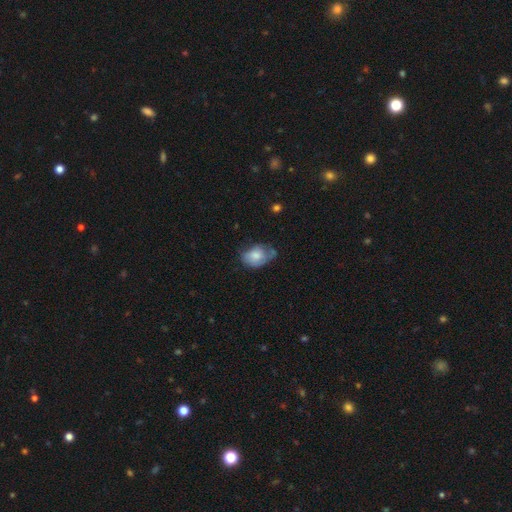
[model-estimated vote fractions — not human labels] This appears to be a smooth galaxy with no disk features (69%) that is in between round and cigar-shaped (80%). Merging: minor disturbance (40%).